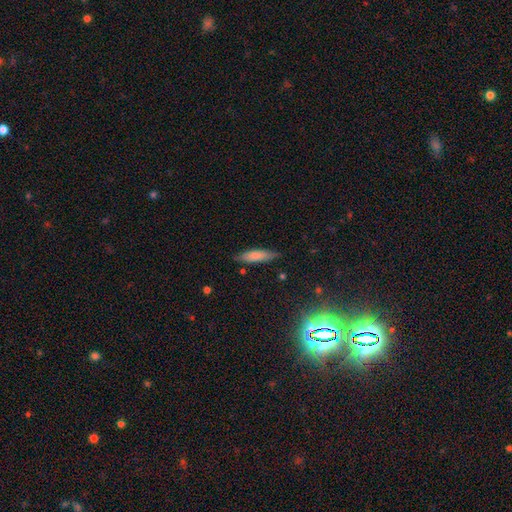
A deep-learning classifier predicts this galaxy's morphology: This is likely a smooth galaxy (74%). How rounded: likely cigar-shaped (65%). Merging: likely none (79%).